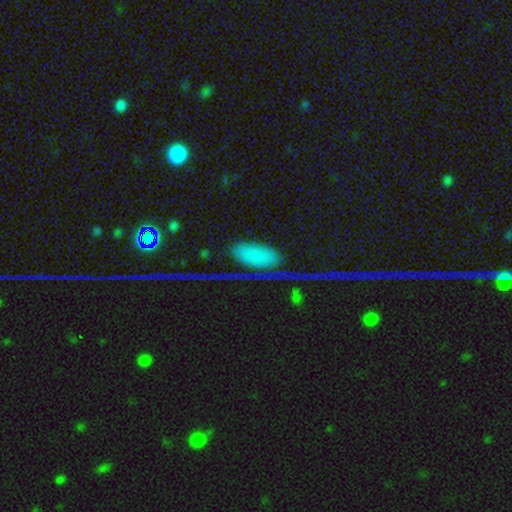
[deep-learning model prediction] A smooth galaxy with no disk features (64%) that is in between round and cigar-shaped (91%).

Vote fractions:
- Smooth or featured? smooth: 64% / star or artifact: 21% / featured or disk: 15%
- How rounded? in between: 91% / cigar-shaped: 5% / round: 4%
- Merging? none: 61% / minor disturbance: 18% / major disturbance: 15% / merger: 6%